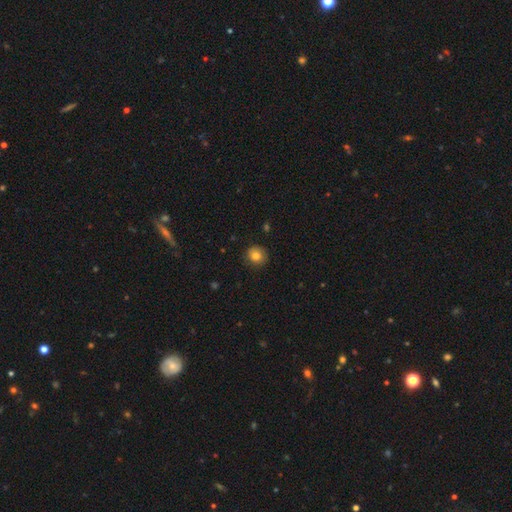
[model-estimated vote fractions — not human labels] Q: Smooth or featured?
A: smooth (81%); runner-up: star or artifact (10%)
Q: How rounded?
A: round (90%); runner-up: in between (9%)
Q: Merging?
A: none (88%); runner-up: minor disturbance (9%)